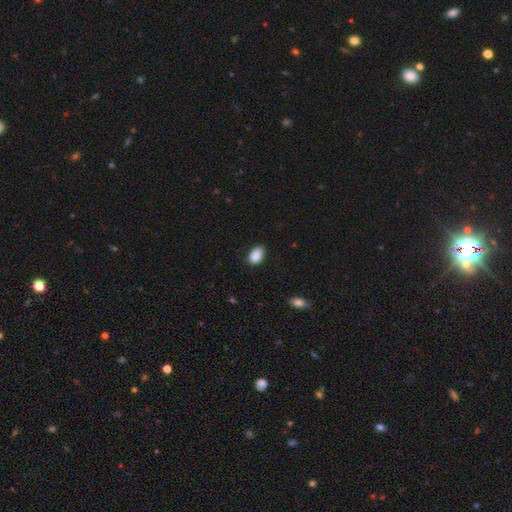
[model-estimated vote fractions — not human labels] smooth_or_featured: smooth (p=0.89) [alt: star or artifact p=0.08]
how_rounded: in between (p=0.85) [alt: round p=0.13]
merging: none (p=0.78) [alt: minor disturbance p=0.18]